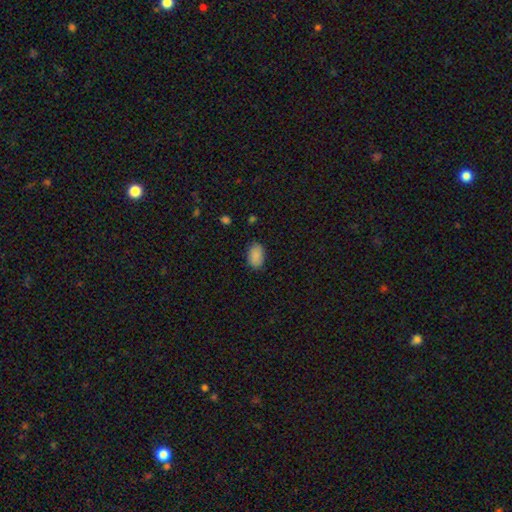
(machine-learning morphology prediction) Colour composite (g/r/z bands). It shows a smooth galaxy with no disk features (89%) that is in between round and cigar-shaped (89%). Merging: none (84%).